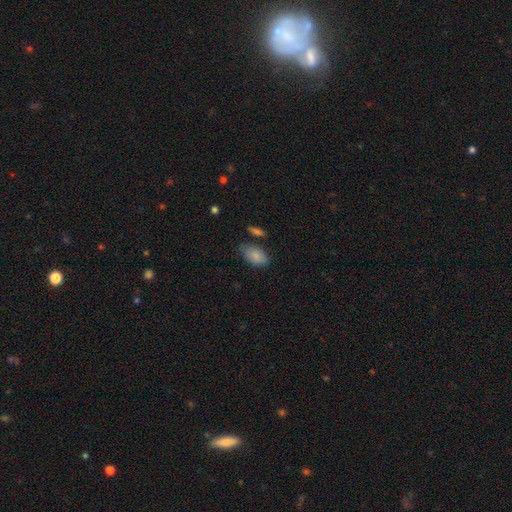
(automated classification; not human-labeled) Morphology: type=smooth (84%); roundness=in between (92%); merging=none (65%).